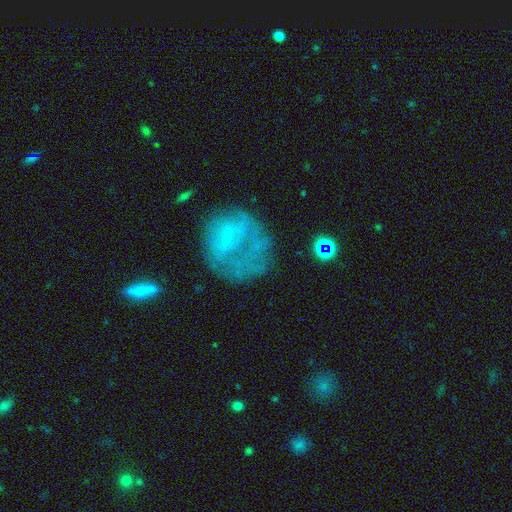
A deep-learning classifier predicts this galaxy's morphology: type=featured or disk (42%); merging=none (45%).